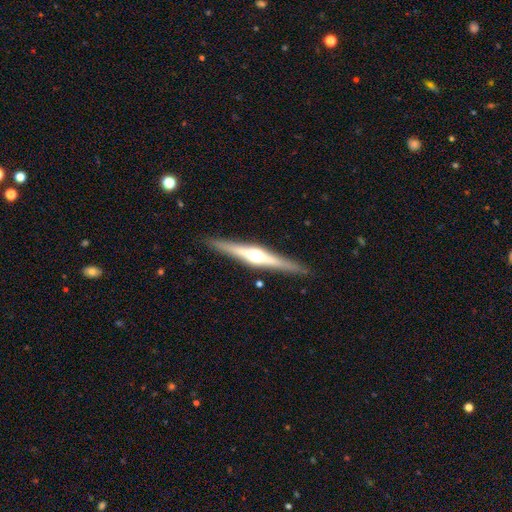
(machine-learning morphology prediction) smooth_or_featured: featured or disk (p=0.78) [alt: smooth p=0.18]
disk_edge_on: yes (p=0.98) [alt: no p=0.02]
edge_on_bulge: rounded (p=0.93) [alt: boxy p=0.04]
merging: none (p=0.90) [alt: minor disturbance p=0.07]